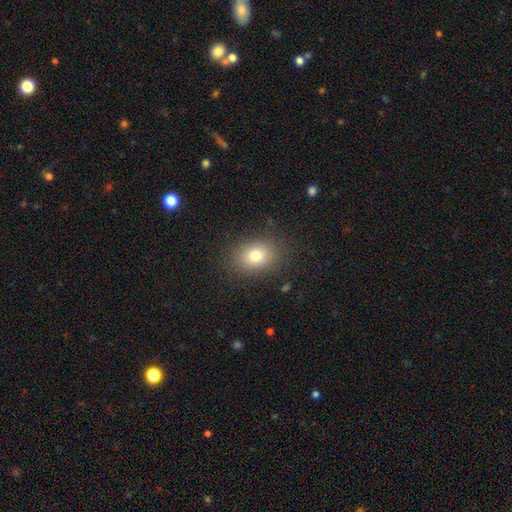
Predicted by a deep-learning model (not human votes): smooth 78%, star or artifact 12%, featured or disk 10%. Down the decision tree: how rounded — in between (64%); merging — none (85%).